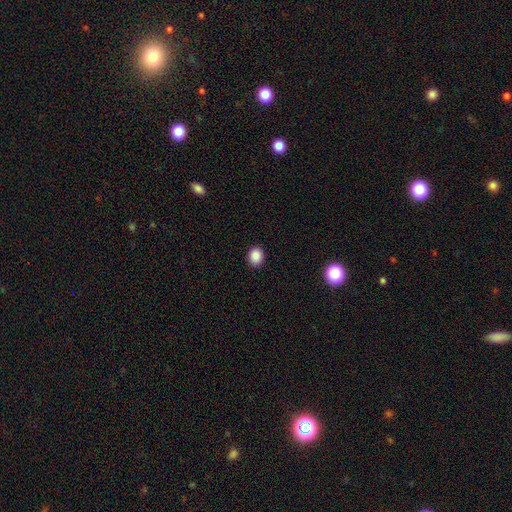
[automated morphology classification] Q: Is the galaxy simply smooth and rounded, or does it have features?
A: smooth — 88%.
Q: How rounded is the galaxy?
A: round — 58%.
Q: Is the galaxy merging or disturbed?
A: none — 91%.